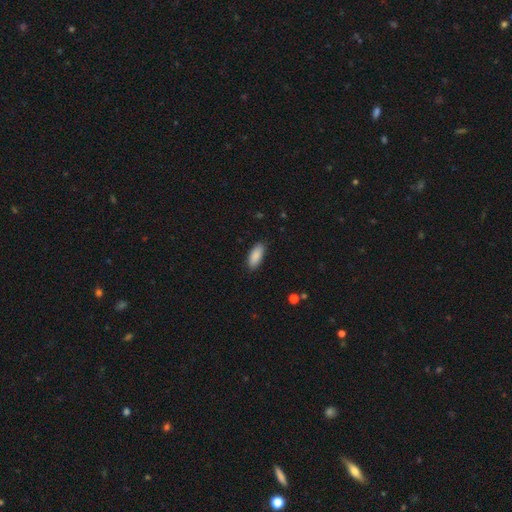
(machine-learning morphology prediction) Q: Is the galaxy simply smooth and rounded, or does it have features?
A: smooth — 89%.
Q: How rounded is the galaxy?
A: in between — 83%.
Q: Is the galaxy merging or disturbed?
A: none — 87%.